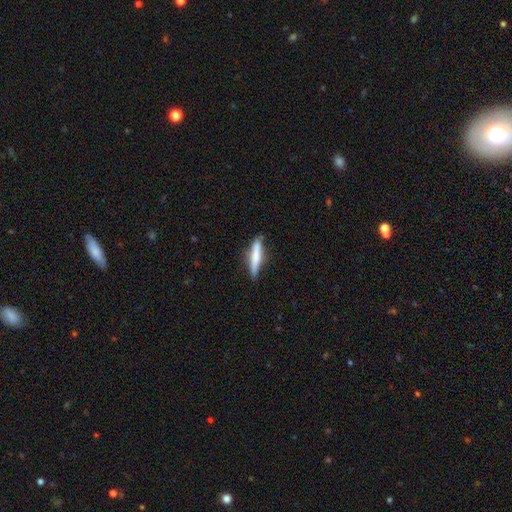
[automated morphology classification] Overall: smooth (67%). How rounded: cigar-shaped (86%). Merging: none (78%).